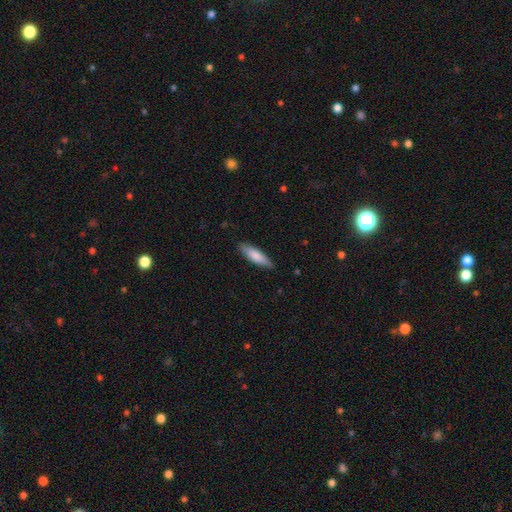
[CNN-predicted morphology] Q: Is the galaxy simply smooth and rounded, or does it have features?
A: smooth — 80%.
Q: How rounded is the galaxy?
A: cigar-shaped — 54%.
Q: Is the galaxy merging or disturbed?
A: none — 83%.